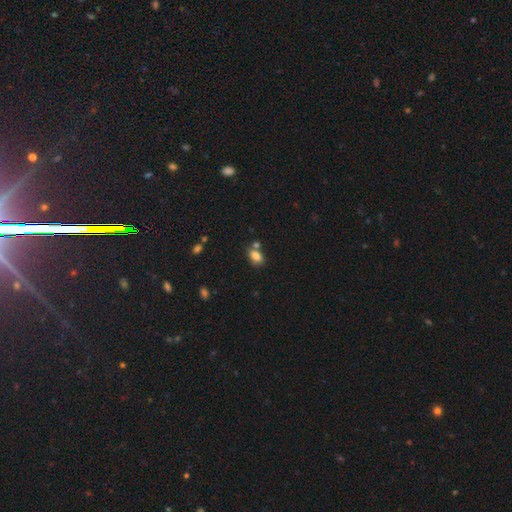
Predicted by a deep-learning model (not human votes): A smooth galaxy with no disk features (82%) that is in between round and cigar-shaped (86%). Merging: none (61%).